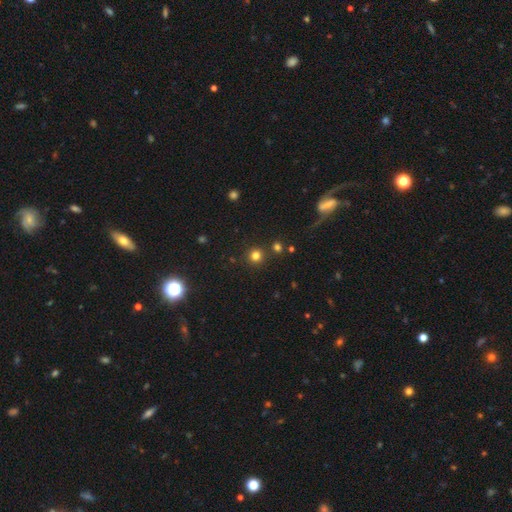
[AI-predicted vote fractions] smooth-or-featured: smooth: 77% | star or artifact: 17% | featured or disk: 5%
  how-rounded: round: 94% | in between: 5% | cigar-shaped: 1%
  merging: none: 86% | minor disturbance: 6% | merger: 5% | major disturbance: 3%